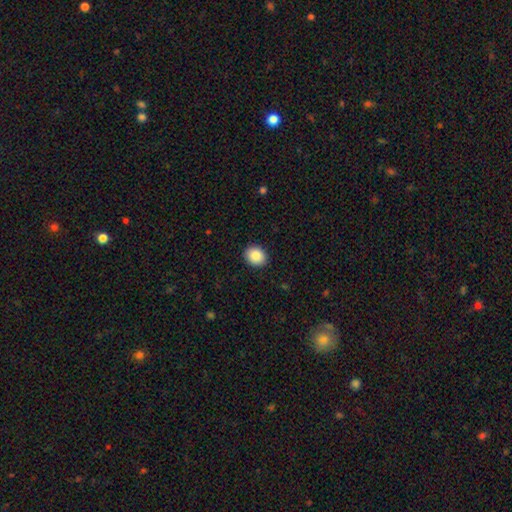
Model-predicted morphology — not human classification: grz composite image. It shows a smooth galaxy with no disk features (88%) that is round (60%). Merging: none (91%).